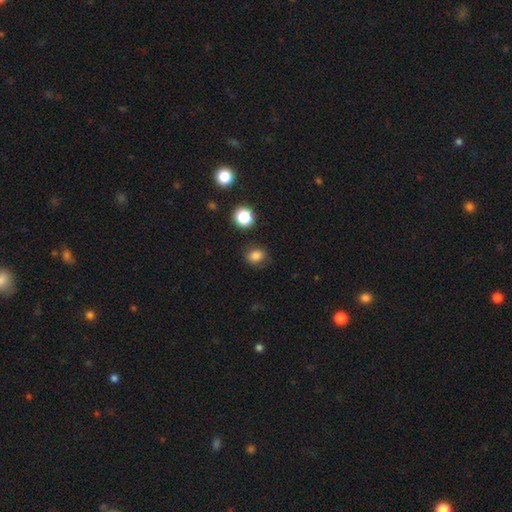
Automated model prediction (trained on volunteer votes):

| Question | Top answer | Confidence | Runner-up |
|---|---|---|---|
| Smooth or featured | smooth | 82% | star or artifact (13%) |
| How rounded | round | 58% | in between (41%) |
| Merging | none | 78% | minor disturbance (14%) |